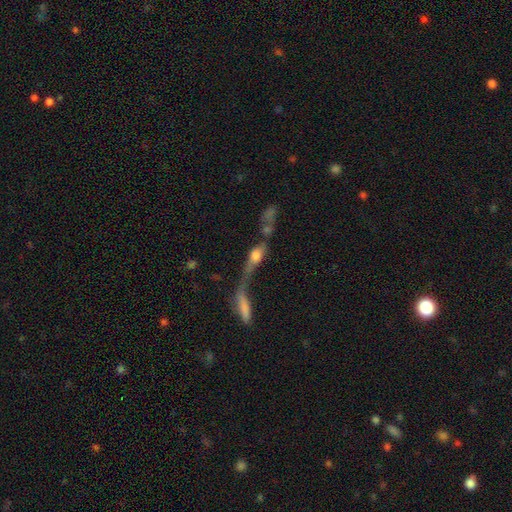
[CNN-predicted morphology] This appears to be a smooth galaxy with no disk features (51%) that is in between round and cigar-shaped (52%). Merging: merger (68%).